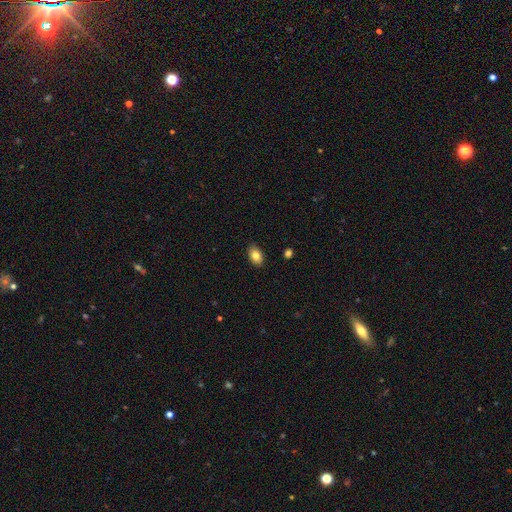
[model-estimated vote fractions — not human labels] Smooth or featured? smooth (83%)
How rounded? in between (88%)
Merging? none (87%)